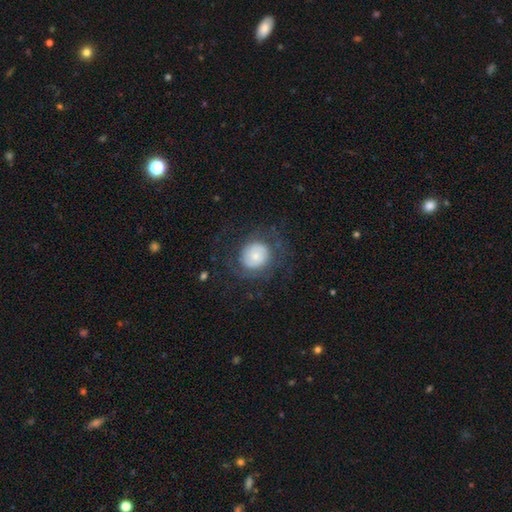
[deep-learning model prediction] Smooth or featured?
  - smooth: 50% *
  - featured or disk: 42%
  - star or artifact: 8%
Merging?
  - none: 66% *
  - major disturbance: 17%
  - minor disturbance: 16%
  - merger: 1%